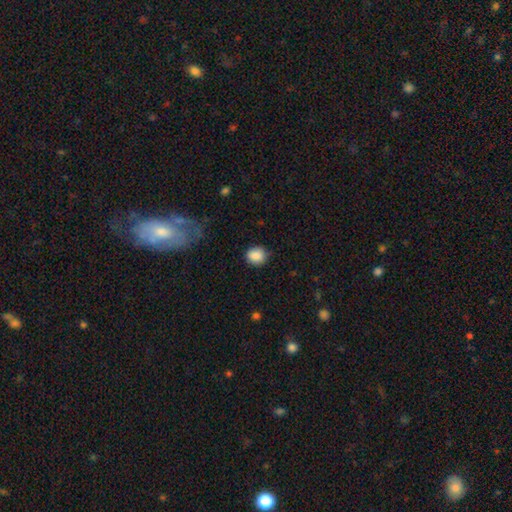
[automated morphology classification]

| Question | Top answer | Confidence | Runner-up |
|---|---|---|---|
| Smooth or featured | smooth | 88% | star or artifact (8%) |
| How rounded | round | 75% | in between (24%) |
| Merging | none | 82% | minor disturbance (13%) |